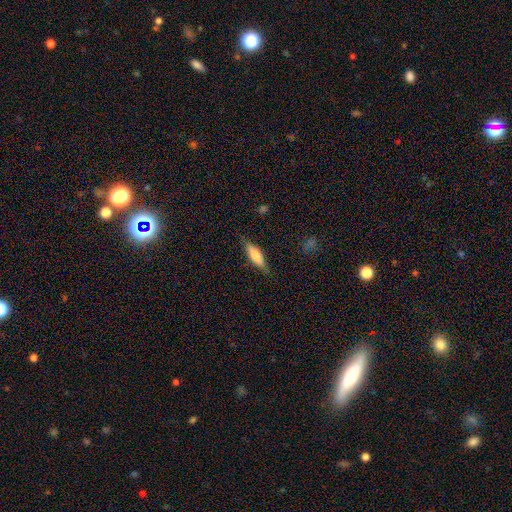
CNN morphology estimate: smooth 70%, featured or disk 24%, star or artifact 6%. Down the decision tree: how rounded — cigar-shaped (54%); merging — none (80%).